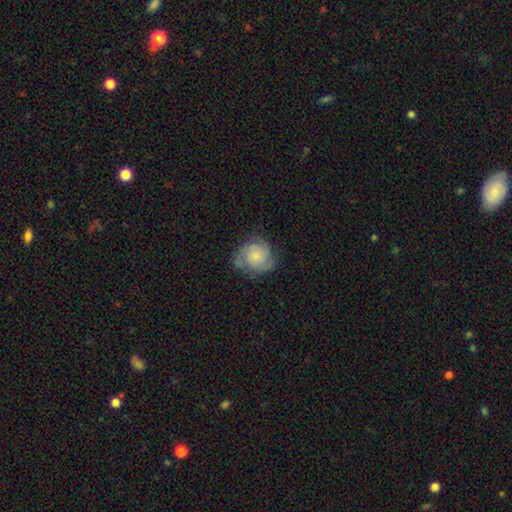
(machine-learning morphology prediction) smooth-or-featured: featured or disk: 59% | smooth: 34% | star or artifact: 8%
  disk-edge-on: no: 98% | yes: 2%
    bar: no: 78% | weak: 19% | strong: 2%
    has-spiral-arms: yes: 90% | no: 10%
      spiral-winding: tight: 53% | medium: 36% | loose: 11%
      spiral-arm-count: 3: 30% | 2: 28% | can't tell: 26% | 4: 7% | 1: 5% | more than 4: 4%
    bulge-size: small: 49% | moderate: 28% | none: 14% | large: 7% | dominant: 2%
  merging: none: 66% | minor disturbance: 23% | major disturbance: 9% | merger: 2%